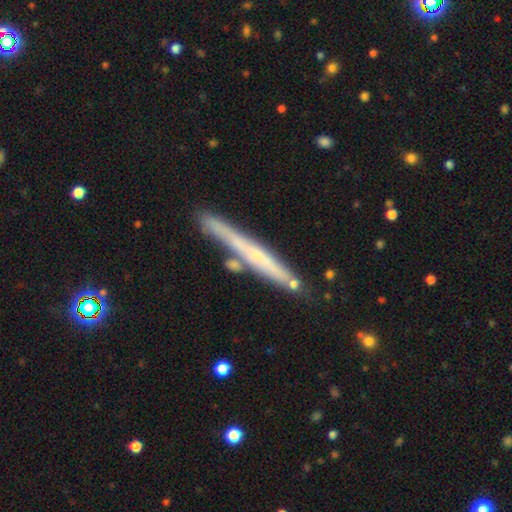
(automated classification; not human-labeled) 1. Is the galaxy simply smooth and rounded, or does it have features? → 56% featured or disk, 37% smooth, 7% star or artifact.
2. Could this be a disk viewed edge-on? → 93% yes, 7% no.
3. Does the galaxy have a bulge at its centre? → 66% none, 28% rounded, 6% boxy.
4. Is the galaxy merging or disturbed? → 77% none, 14% minor disturbance, 7% merger, 3% major disturbance.